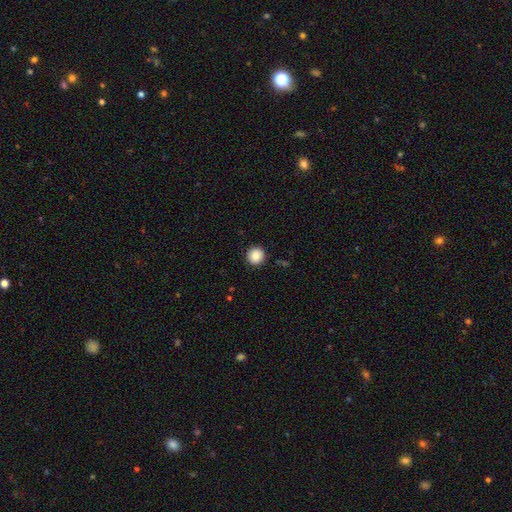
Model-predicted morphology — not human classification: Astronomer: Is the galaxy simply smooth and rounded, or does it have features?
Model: smooth — 87%.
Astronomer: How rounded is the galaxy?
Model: round — 96%.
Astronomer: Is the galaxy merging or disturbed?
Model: none — 92%.